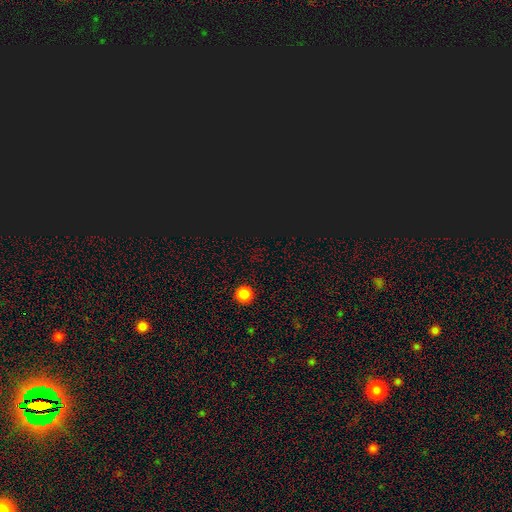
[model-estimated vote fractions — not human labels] A star or artifact, not a galaxy (53%).

Vote fractions:
- Smooth or featured? star or artifact: 53% / smooth: 41% / featured or disk: 6%